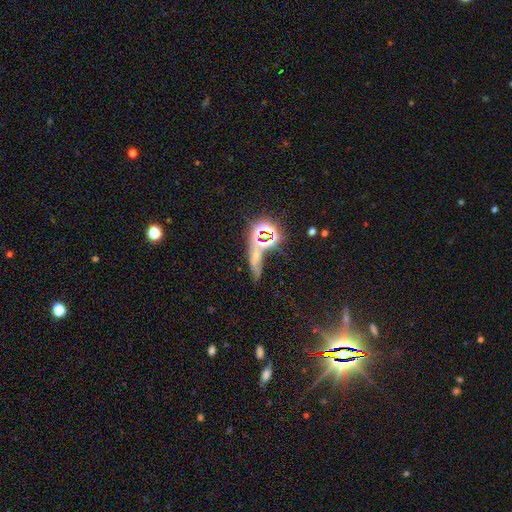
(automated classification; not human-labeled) Smooth or featured: star or artifact — 56% (smooth — 24%)